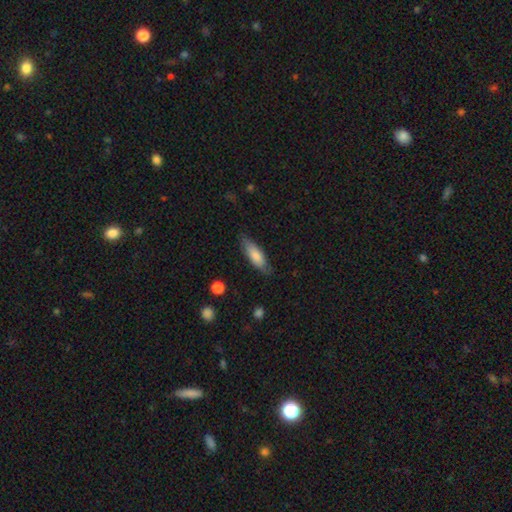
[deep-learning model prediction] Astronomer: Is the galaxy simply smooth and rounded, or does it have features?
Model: smooth — 76%.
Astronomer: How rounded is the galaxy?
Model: in between — 58% (runner-up: cigar-shaped, 40%).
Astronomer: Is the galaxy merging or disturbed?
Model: none — 77%.